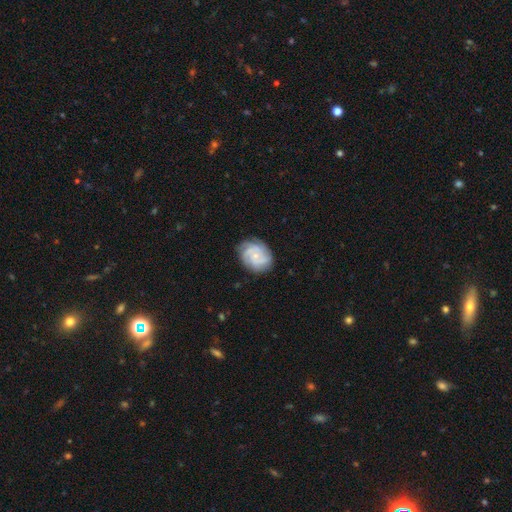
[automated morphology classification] Q: Smooth or featured?
A: featured or disk (75%); runner-up: smooth (18%)
Q: Edge-on disk?
A: no (98%); runner-up: yes (2%)
Q: Bar?
A: no (75%); runner-up: weak (22%)
Q: Spiral arms?
A: yes (95%); runner-up: no (5%)
Q: Spiral winding?
A: tight (59%); runner-up: medium (33%)
Q: Spiral arm count?
A: 3 (35%); runner-up: can't tell (21%)
Q: Bulge size?
A: small (74%); runner-up: moderate (18%)
Q: Merging?
A: none (76%); runner-up: minor disturbance (17%)